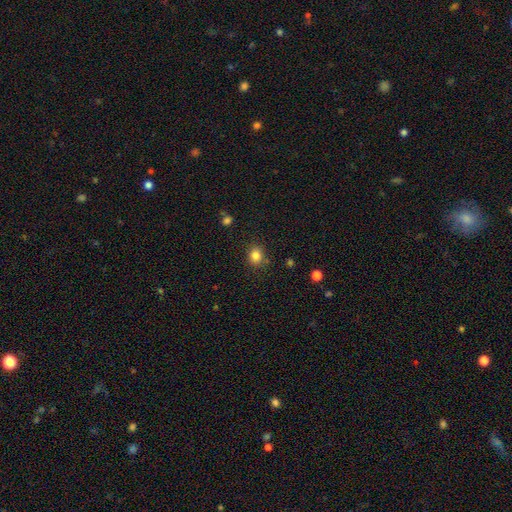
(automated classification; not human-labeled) Q: Smooth or featured?
A: smooth (83%); runner-up: star or artifact (12%)
Q: How rounded?
A: round (67%); runner-up: in between (32%)
Q: Merging?
A: none (83%); runner-up: minor disturbance (11%)